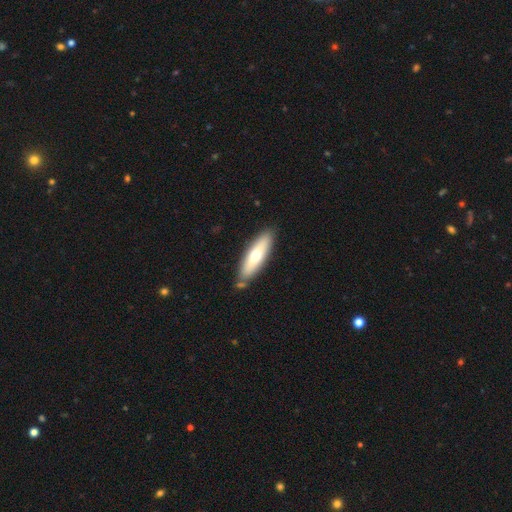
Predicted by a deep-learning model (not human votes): A smooth galaxy with no disk features (59%) that is cigar-shaped (59%).

Vote fractions:
- Smooth or featured? smooth: 59% / featured or disk: 35% / star or artifact: 5%
- How rounded? cigar-shaped: 59% / in between: 40% / round: 2%
- Merging? none: 80% / minor disturbance: 12% / merger: 6% / major disturbance: 3%